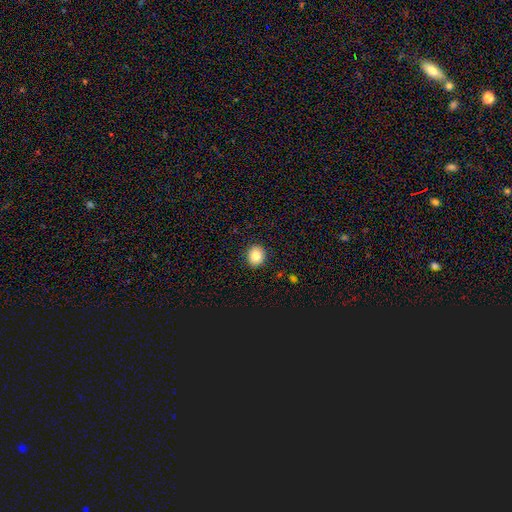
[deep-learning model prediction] smooth-or-featured: smooth: 83% | star or artifact: 10% | featured or disk: 7%
  how-rounded: round: 81% | in between: 19% | cigar-shaped: 1%
  merging: none: 91% | minor disturbance: 6% | major disturbance: 2% | merger: 1%